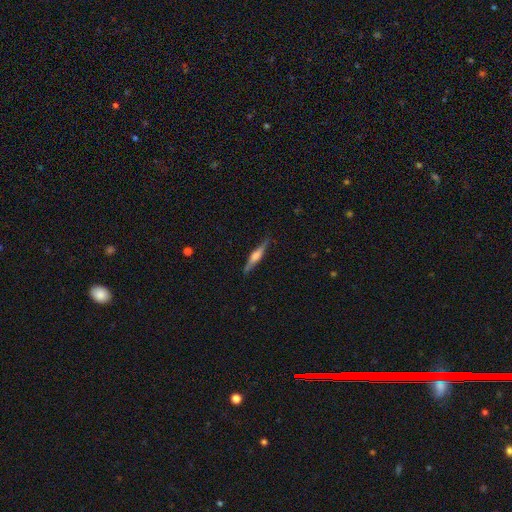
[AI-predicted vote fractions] Q: Smooth or featured?
A: featured or disk (64%); runner-up: smooth (30%)
Q: Edge-on disk?
A: yes (97%); runner-up: no (3%)
Q: Edge-on bulge?
A: rounded (69%); runner-up: boxy (24%)
Q: Merging?
A: none (88%); runner-up: minor disturbance (9%)